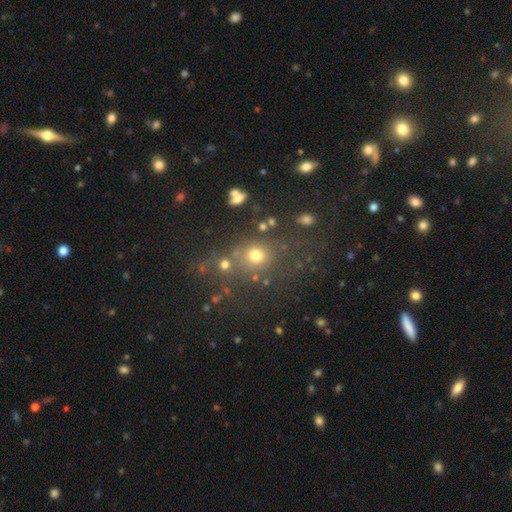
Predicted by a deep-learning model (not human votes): Morphology: type=smooth (69%); roundness=round (77%); merging=none (65%).